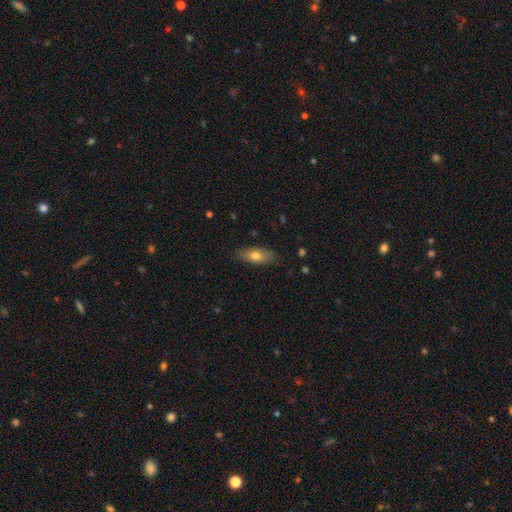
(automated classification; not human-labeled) Smooth or featured? smooth (73%)
How rounded? in between (76%)
Merging? none (84%)